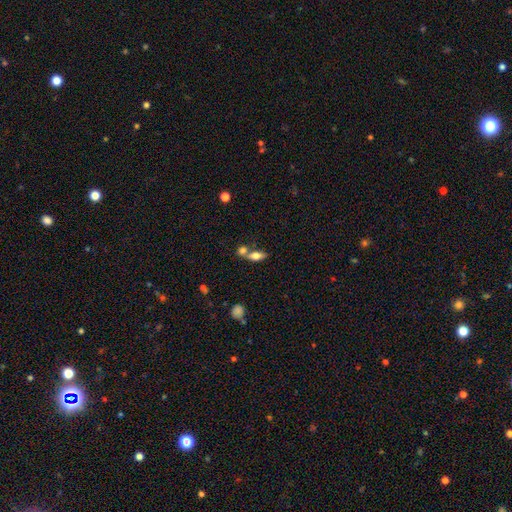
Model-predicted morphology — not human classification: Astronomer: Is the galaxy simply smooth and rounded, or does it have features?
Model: smooth — 68%.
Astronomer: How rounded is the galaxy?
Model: in between — 71%.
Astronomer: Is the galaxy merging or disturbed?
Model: none — 44% (runner-up: merger, 42%).